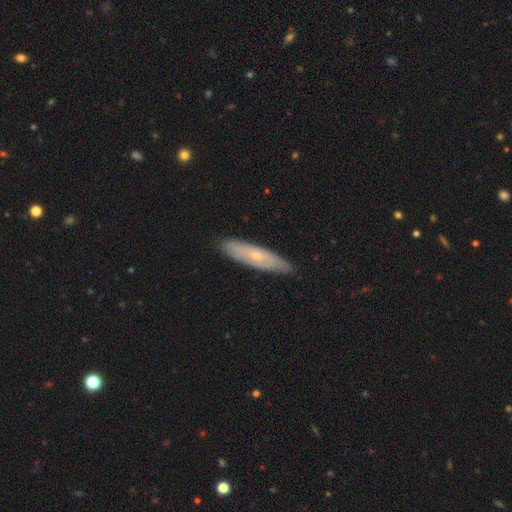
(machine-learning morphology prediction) featured or disk 56%, smooth 38%, star or artifact 6%. Down the decision tree: edge-on disk — no (56%); merging — none (86%).